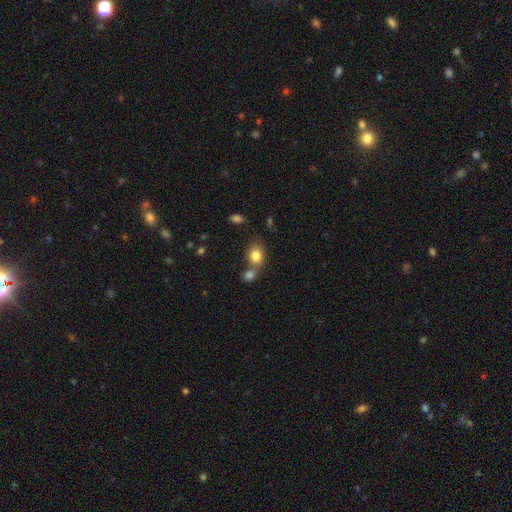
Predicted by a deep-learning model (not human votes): Overall: smooth (82%). How rounded: in between (54%; round 44%). Merging: none (50%; merger 35%).